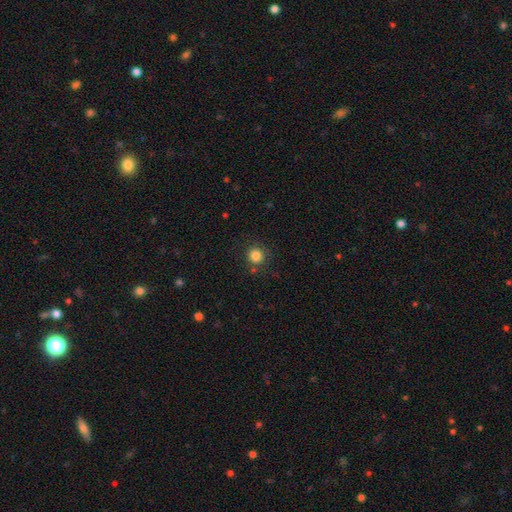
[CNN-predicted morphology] Smooth or featured? Predicted: smooth (p=0.83). How rounded? Predicted: round (p=0.93). Merging? Predicted: none (p=0.83).